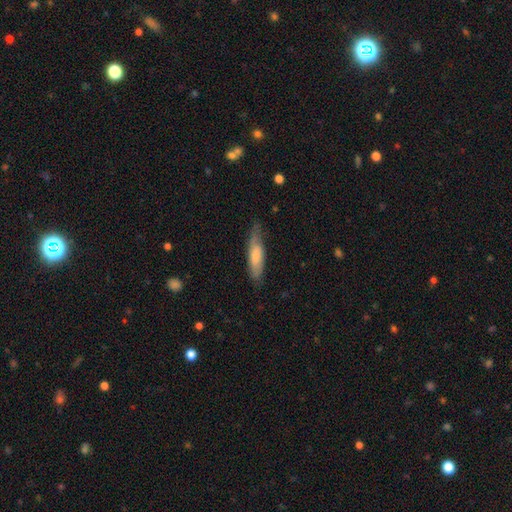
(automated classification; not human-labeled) Smooth or featured? smooth (66%)
How rounded? cigar-shaped (66%)
Merging? none (67%)